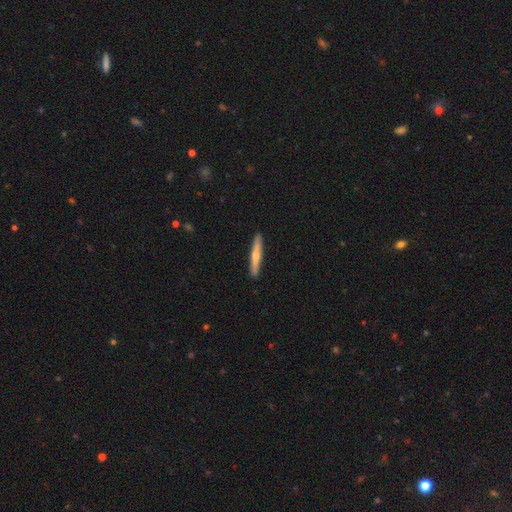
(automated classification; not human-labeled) Smooth or featured? featured or disk (55%)
Edge-on disk? yes (95%)
Edge-on bulge? rounded (84%)
Merging? none (92%)